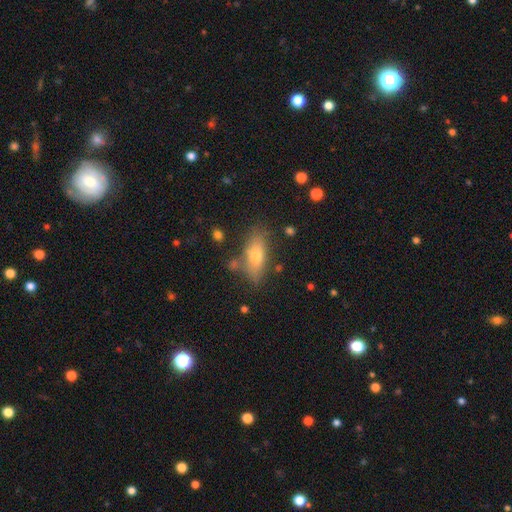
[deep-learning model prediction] A smooth galaxy with no disk features (64%) that is in between round and cigar-shaped (68%).

Vote fractions:
- Smooth or featured? smooth: 64% / featured or disk: 28% / star or artifact: 8%
- How rounded? in between: 68% / cigar-shaped: 28% / round: 4%
- Merging? none: 75% / minor disturbance: 15% / merger: 6% / major disturbance: 4%